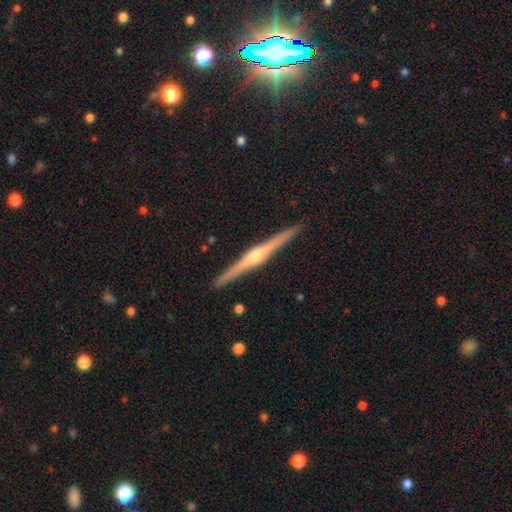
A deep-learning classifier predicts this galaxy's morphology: smooth-or-featured: featured or disk: 84% | smooth: 10% | star or artifact: 6%
  disk-edge-on: yes: 99% | no: 1%
    edge-on-bulge: rounded: 89% | none: 6% | boxy: 5%
  merging: none: 93% | minor disturbance: 5% | major disturbance: 1% | merger: 1%